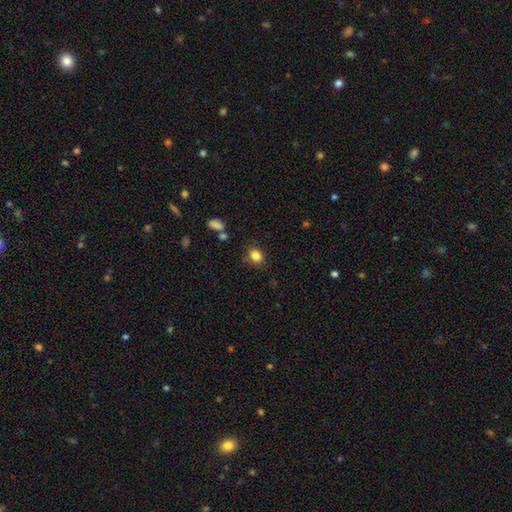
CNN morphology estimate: Smooth or featured: smooth — 84% (star or artifact — 11%)
How rounded: round — 68% (in between — 31%)
Merging: none — 78% (minor disturbance — 15%)